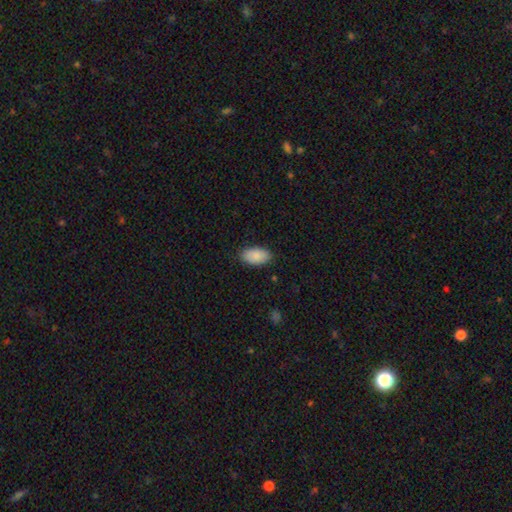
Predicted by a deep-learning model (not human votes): A smooth galaxy with no disk features (89%) that is in between round and cigar-shaped (95%). Merging: none (86%).